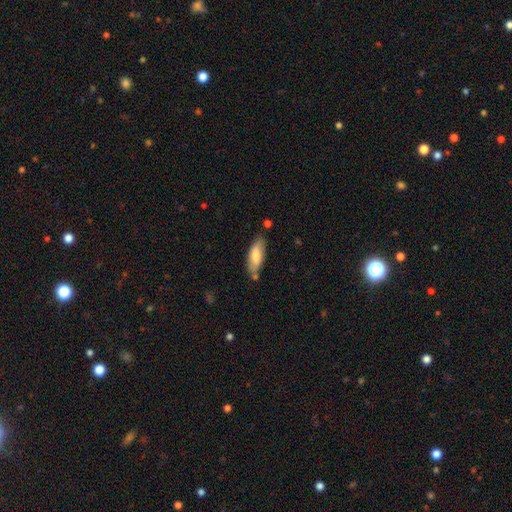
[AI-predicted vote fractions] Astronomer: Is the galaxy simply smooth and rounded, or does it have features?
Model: smooth — 74%.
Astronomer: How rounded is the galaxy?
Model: in between — 69%.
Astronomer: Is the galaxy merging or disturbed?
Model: none — 70%.